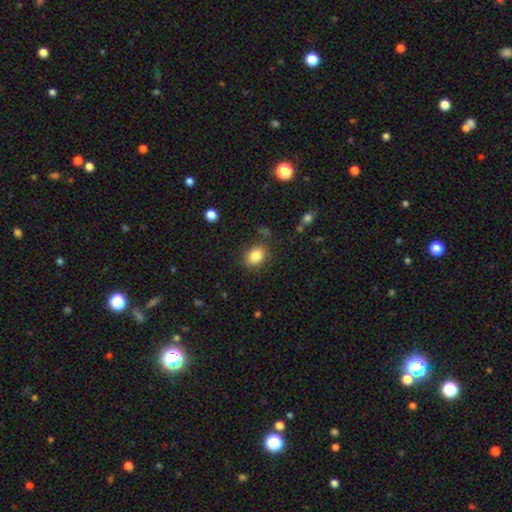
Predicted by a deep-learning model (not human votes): The model was most divided on "how rounded": in between: 53%, round: 46%, cigar-shaped: 1%. More confident: smooth or featured — smooth (85%); merging — none (82%).